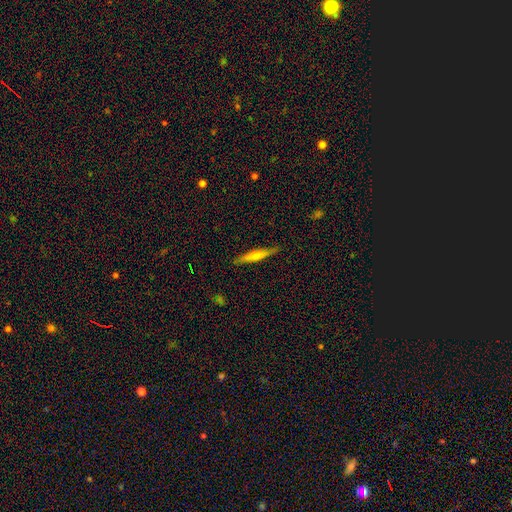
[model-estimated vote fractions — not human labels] Morphology: type=smooth (57%); roundness=cigar-shaped (93%); merging=none (87%).